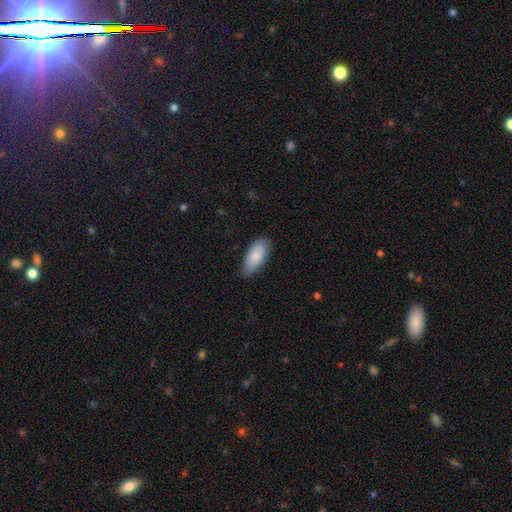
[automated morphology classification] smooth_or_featured: smooth (p=0.86) [alt: featured or disk p=0.09]
how_rounded: in between (p=0.88) [alt: cigar-shaped p=0.11]
merging: none (p=0.81) [alt: minor disturbance p=0.16]